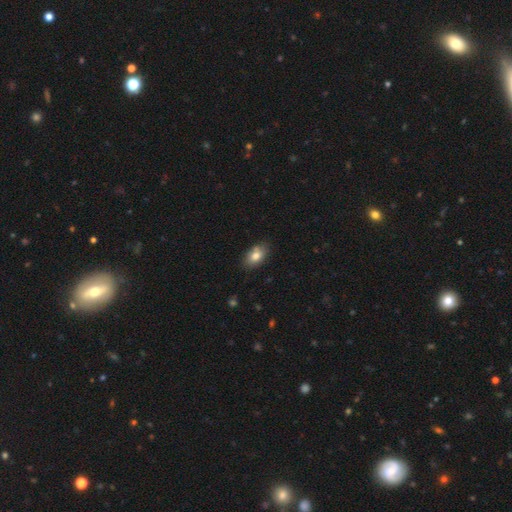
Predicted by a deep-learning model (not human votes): smooth-or-featured: smooth: 81% | featured or disk: 11% | star or artifact: 8%
  how-rounded: in between: 89% | round: 9% | cigar-shaped: 2%
  merging: none: 80% | minor disturbance: 15% | merger: 3% | major disturbance: 3%